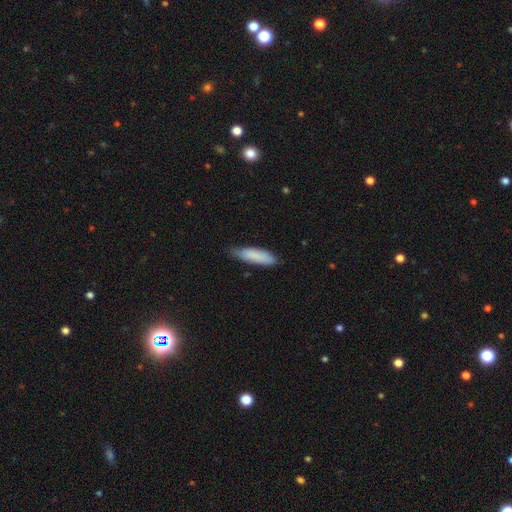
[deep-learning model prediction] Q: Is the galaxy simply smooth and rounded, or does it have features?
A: smooth — 85%.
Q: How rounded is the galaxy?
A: cigar-shaped — 57%.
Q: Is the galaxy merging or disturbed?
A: none — 64%.